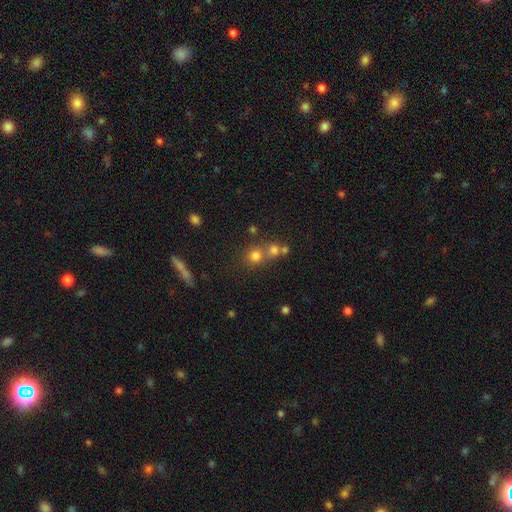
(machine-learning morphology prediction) This appears to be a smooth galaxy with no disk features (73%) that is round (88%). Merging: none (55%).